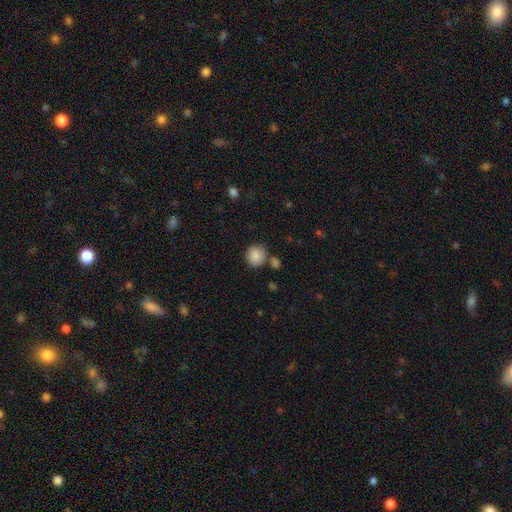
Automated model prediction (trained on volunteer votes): Smooth or featured? smooth (87%)
How rounded? round (88%)
Merging? none (75%)